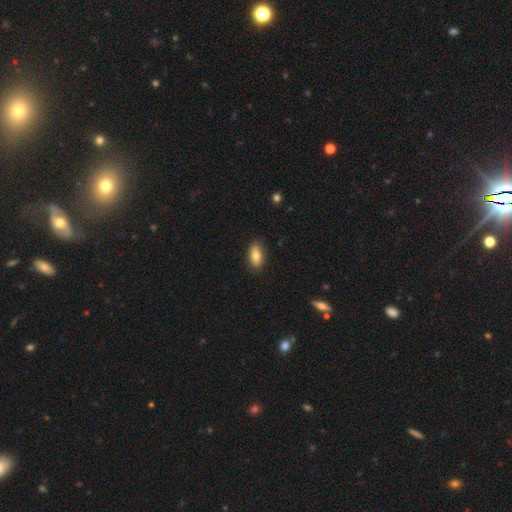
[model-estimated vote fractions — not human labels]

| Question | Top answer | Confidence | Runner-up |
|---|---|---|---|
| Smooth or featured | smooth | 78% | featured or disk (14%) |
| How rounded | in between | 88% | cigar-shaped (8%) |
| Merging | none | 85% | minor disturbance (12%) |